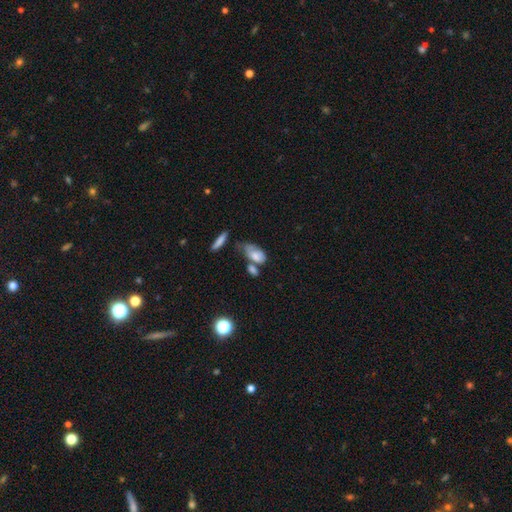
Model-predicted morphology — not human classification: Overall: smooth (69%). How rounded: in between (87%). Merging: merger (30%, tied with none).